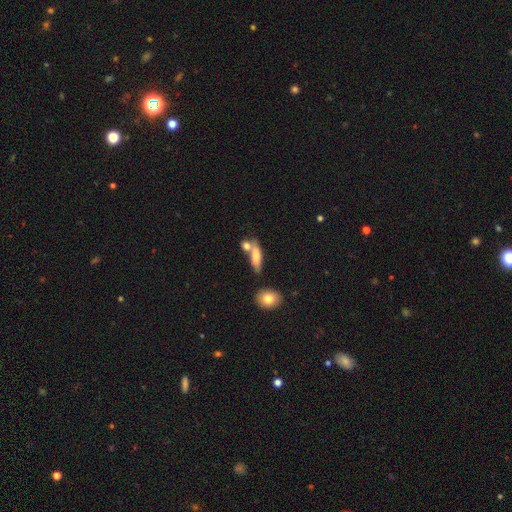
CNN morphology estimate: type=smooth (69%); roundness=cigar-shaped (48%); merging=none (47%).